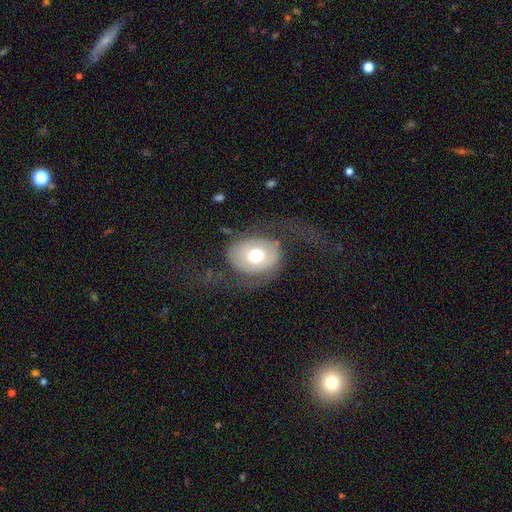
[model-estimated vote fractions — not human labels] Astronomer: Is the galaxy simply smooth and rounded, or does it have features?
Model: smooth — 51% (runner-up: featured or disk, 40%).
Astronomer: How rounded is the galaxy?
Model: in between — 59% (runner-up: round, 40%).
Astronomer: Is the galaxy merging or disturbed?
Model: none — 55%.